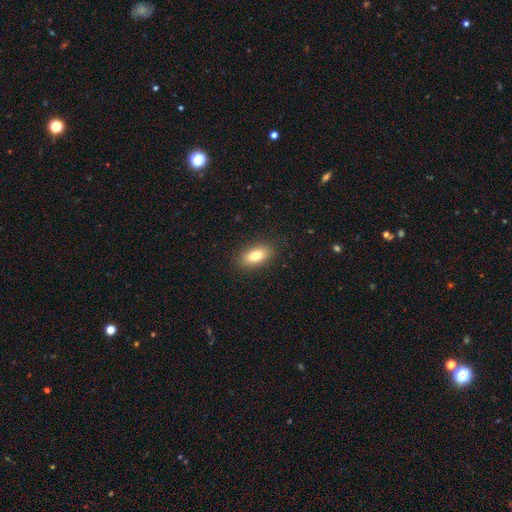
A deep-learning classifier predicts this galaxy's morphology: This appears to be a smooth galaxy with no disk features (79%) that is in between round and cigar-shaped (89%). Merging: none (88%).